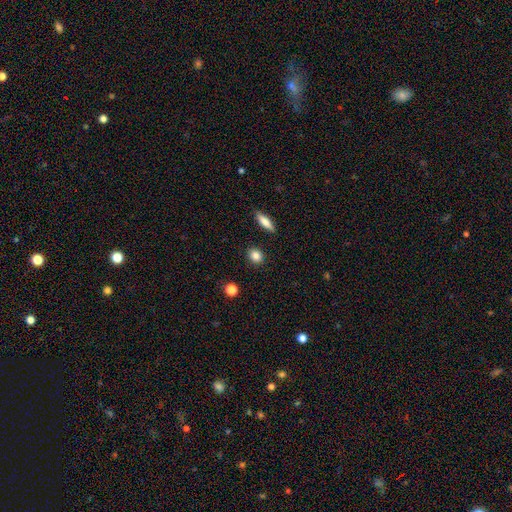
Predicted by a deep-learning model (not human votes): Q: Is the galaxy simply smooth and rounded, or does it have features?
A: smooth — 86%.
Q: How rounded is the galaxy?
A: round — 63%.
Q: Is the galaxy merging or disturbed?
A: none — 89%.